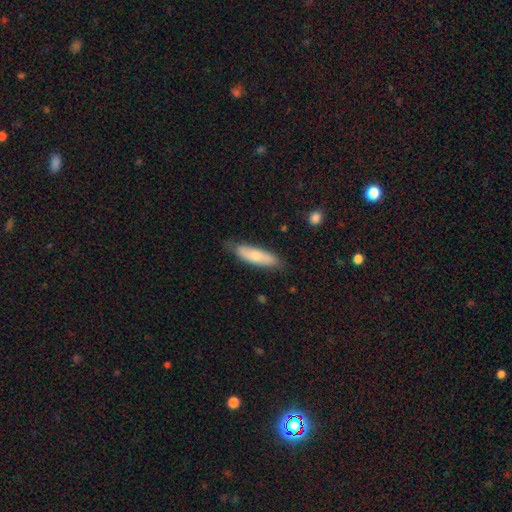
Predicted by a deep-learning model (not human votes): A smooth galaxy with no disk features (71%) that is cigar-shaped (54%). Merging: none (75%).